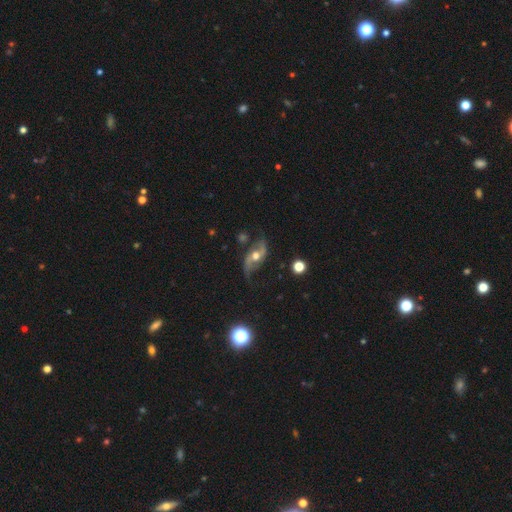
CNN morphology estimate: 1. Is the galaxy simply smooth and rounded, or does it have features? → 85% featured or disk, 9% smooth, 7% star or artifact.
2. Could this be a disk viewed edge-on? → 94% no, 6% yes.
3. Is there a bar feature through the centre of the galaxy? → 57% no, 30% weak, 13% strong.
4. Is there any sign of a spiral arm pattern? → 94% yes, 6% no.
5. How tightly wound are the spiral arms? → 77% loose, 18% medium, 5% tight.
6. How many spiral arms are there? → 93% 2, 2% can't tell, 2% 1, 1% 3, 1% 4, 1% more than 4.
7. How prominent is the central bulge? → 74% moderate, 12% small, 11% large, 1% dominant, 1% none.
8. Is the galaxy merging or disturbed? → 68% none, 19% minor disturbance, 10% major disturbance, 3% merger.